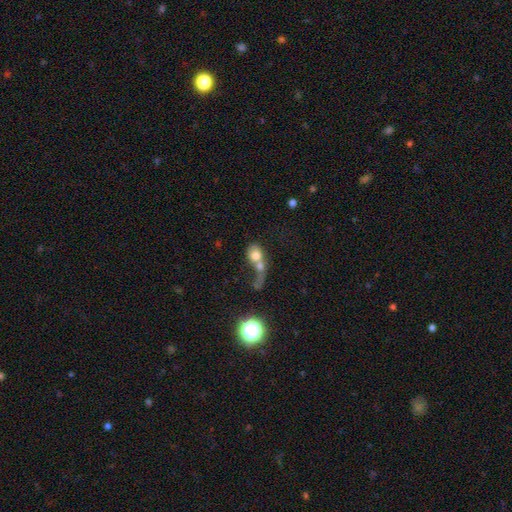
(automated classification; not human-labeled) A smooth galaxy with no disk features (65%) that is round (57%).

Vote fractions:
- Smooth or featured? smooth: 65% / featured or disk: 23% / star or artifact: 12%
- How rounded? round: 57% / in between: 41% / cigar-shaped: 2%
- Merging? merger: 67% / major disturbance: 14% / none: 13% / minor disturbance: 6%